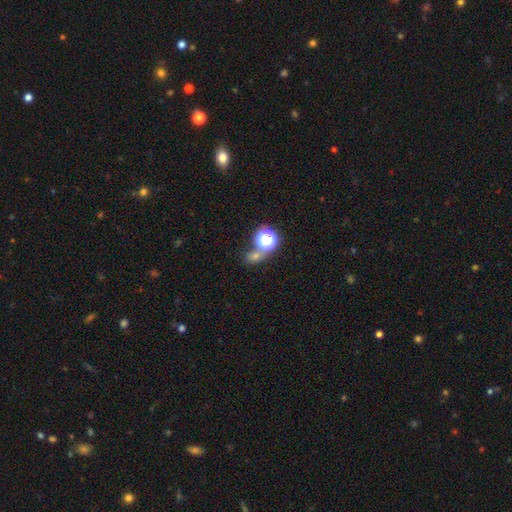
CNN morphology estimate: smooth_or_featured: smooth (p=0.50) [alt: star or artifact p=0.41]
merging: none (p=0.56) [alt: merger p=0.27]